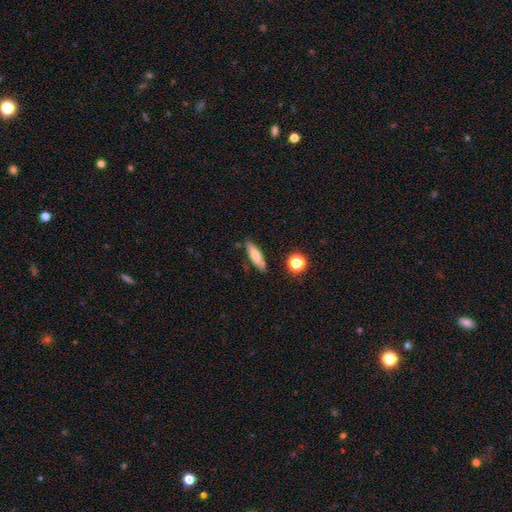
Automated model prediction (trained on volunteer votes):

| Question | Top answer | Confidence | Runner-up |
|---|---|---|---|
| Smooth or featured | smooth | 66% | featured or disk (25%) |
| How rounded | cigar-shaped | 56% | in between (40%) |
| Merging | none | 80% | minor disturbance (13%) |